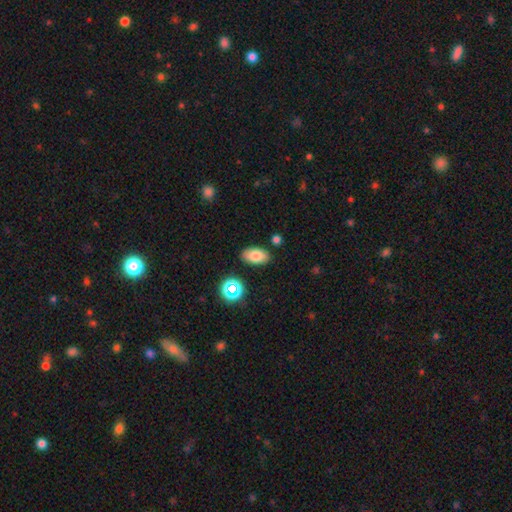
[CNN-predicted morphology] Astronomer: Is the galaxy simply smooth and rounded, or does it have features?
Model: smooth — 79%.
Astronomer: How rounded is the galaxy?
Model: in between — 92%.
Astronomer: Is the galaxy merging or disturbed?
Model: none — 85%.